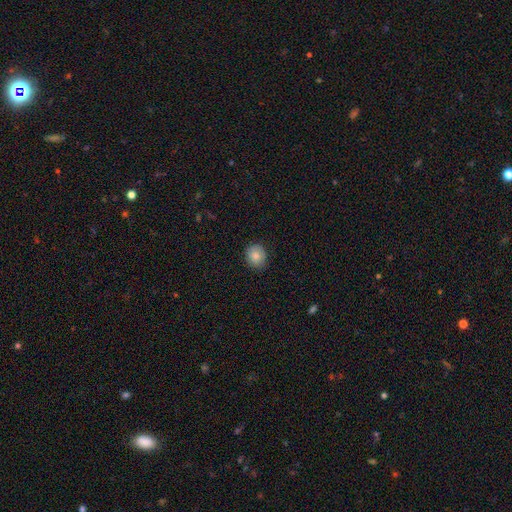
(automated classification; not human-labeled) This is clearly a smooth galaxy (85%). How rounded: clearly round (80%). Merging: clearly none (85%).